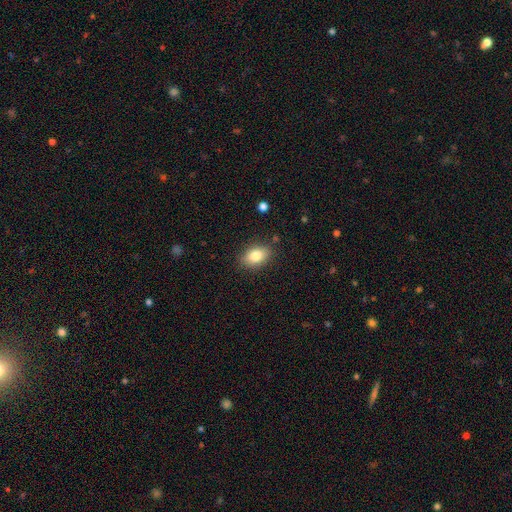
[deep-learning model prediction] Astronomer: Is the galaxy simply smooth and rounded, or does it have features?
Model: smooth — 83%.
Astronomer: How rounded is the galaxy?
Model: in between — 84%.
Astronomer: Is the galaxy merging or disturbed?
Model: none — 85%.